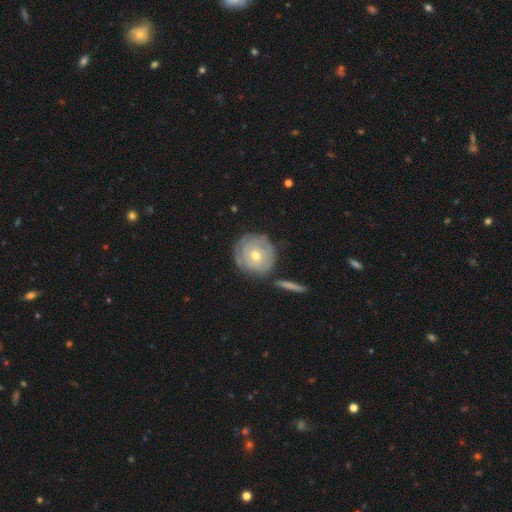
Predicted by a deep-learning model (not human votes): Smooth or featured? Predicted: featured or disk (p=0.51). Edge-on disk? Predicted: no (p=0.94). Merging? Predicted: none (p=0.75).